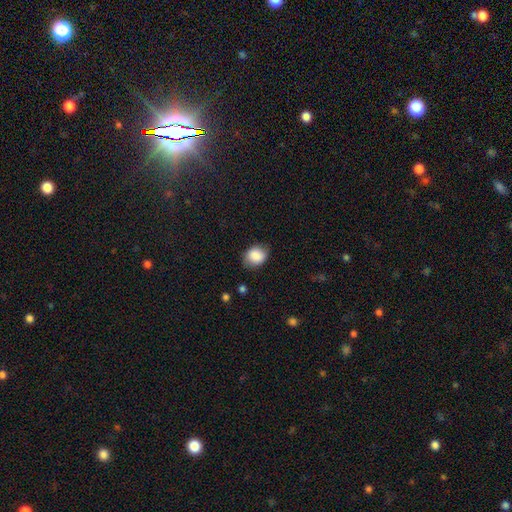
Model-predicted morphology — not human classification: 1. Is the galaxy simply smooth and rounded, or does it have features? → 86% smooth, 7% star or artifact, 6% featured or disk.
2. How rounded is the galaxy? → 52% in between, 47% round, 1% cigar-shaped.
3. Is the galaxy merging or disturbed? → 76% none, 18% minor disturbance, 4% major disturbance, 1% merger.